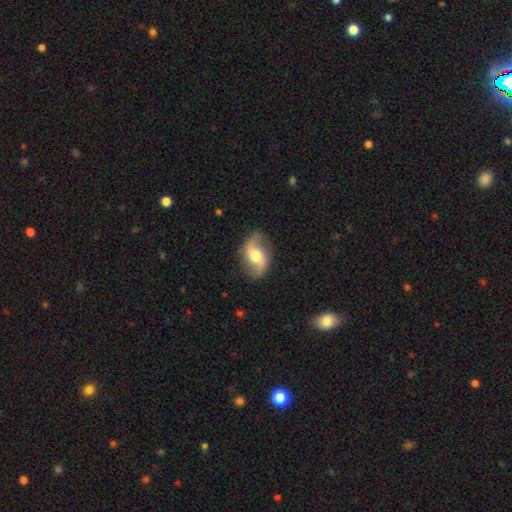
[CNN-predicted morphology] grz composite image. It shows a featured or disk galaxy (73%) with no bar (47%), 2 (92%) loose (78%) spiral arms (91%) and a moderate central bulge (66%). Merging: none (80%).